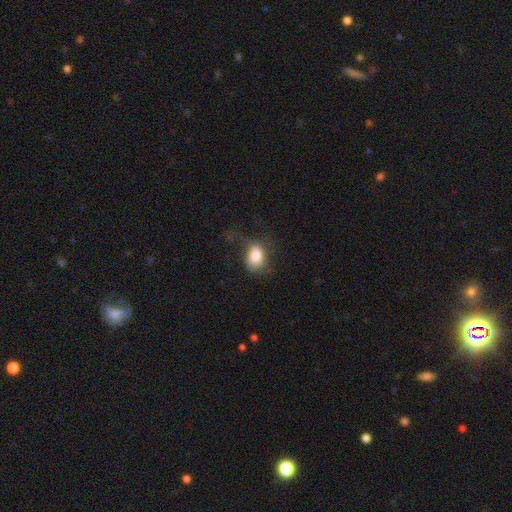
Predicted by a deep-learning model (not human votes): Smooth or featured? Predicted: smooth (p=0.80). How rounded? Predicted: in between (p=0.76). Merging? Predicted: none (p=0.44).